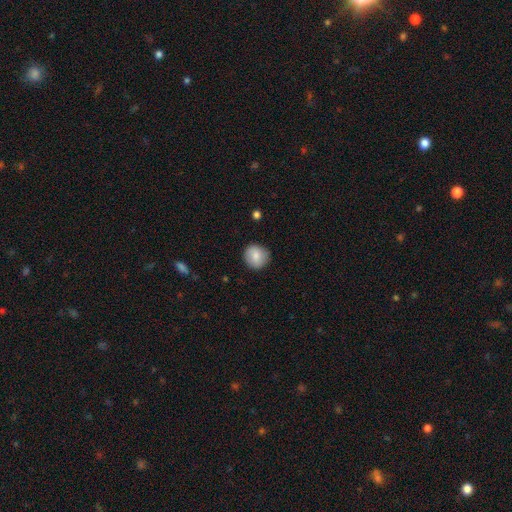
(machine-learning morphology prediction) Smooth or featured? smooth (81%)
How rounded? round (90%)
Merging? none (86%)